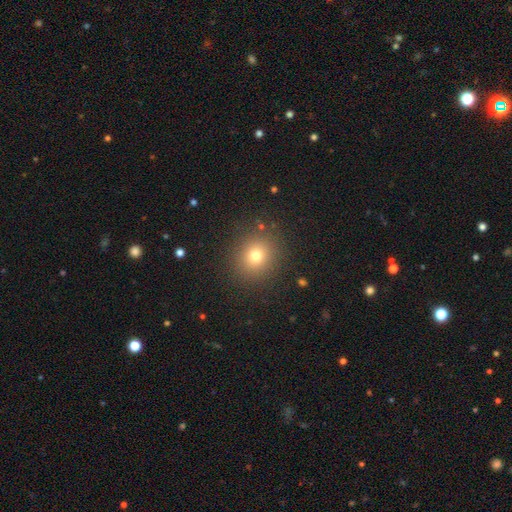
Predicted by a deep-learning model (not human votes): A smooth galaxy with no disk features (75%) that is round (84%). Merging: none (89%).